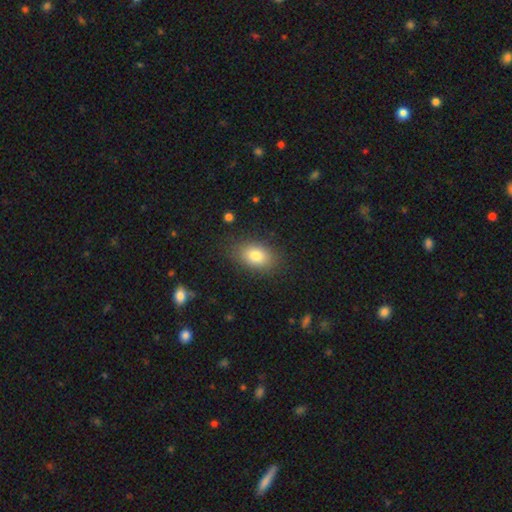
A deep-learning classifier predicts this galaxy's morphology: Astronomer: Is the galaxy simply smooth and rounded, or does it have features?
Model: smooth — 81%.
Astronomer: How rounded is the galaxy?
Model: in between — 84%.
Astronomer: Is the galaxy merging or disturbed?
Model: none — 83%.